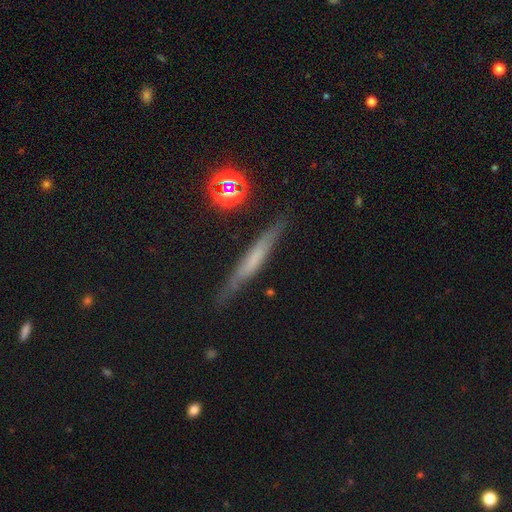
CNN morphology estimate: type=featured or disk (49%); merging=none (79%).